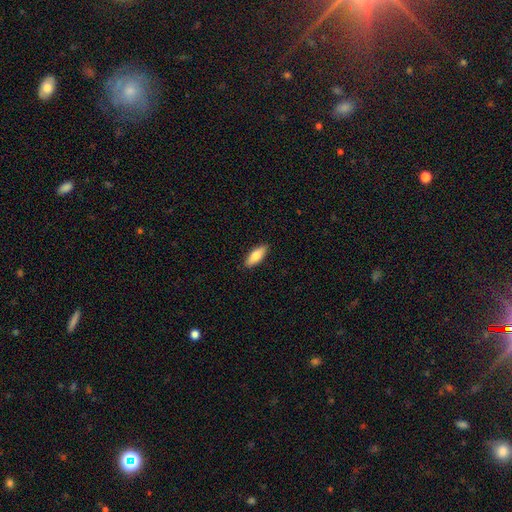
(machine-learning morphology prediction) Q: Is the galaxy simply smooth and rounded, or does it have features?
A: smooth — 75%.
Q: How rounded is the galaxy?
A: in between — 69%.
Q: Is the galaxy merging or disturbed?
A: none — 90%.